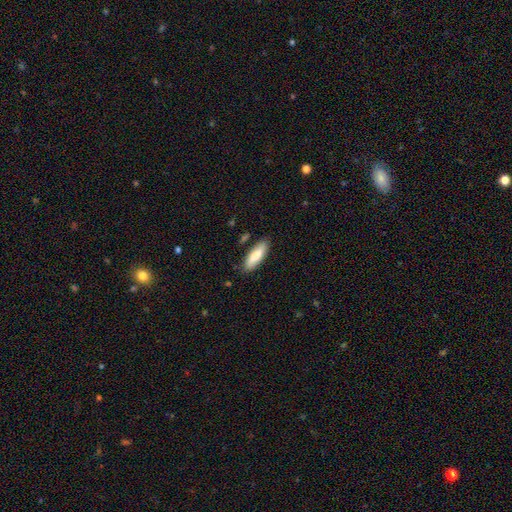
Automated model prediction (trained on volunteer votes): Smooth or featured? Predicted: smooth (p=0.79). How rounded? Predicted: in between (p=0.56). Merging? Predicted: none (p=0.82).